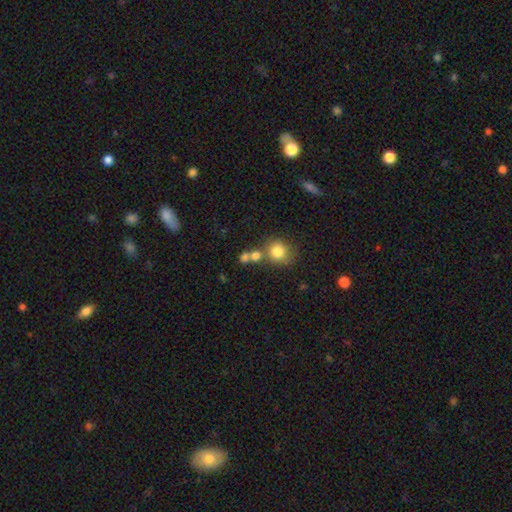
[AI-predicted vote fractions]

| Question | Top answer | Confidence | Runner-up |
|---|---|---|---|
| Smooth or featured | smooth | 76% | star or artifact (13%) |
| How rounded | round | 76% | in between (22%) |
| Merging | none | 44% | merger (43%) |